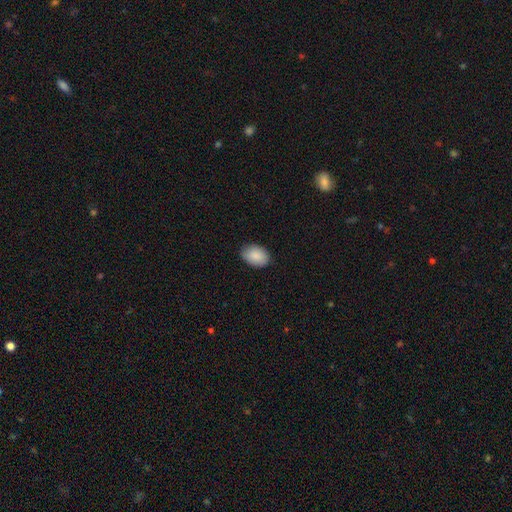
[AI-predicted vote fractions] smooth_or_featured: smooth (p=0.89) [alt: star or artifact p=0.06]
how_rounded: in between (p=0.86) [alt: round p=0.13]
merging: none (p=0.85) [alt: minor disturbance p=0.12]